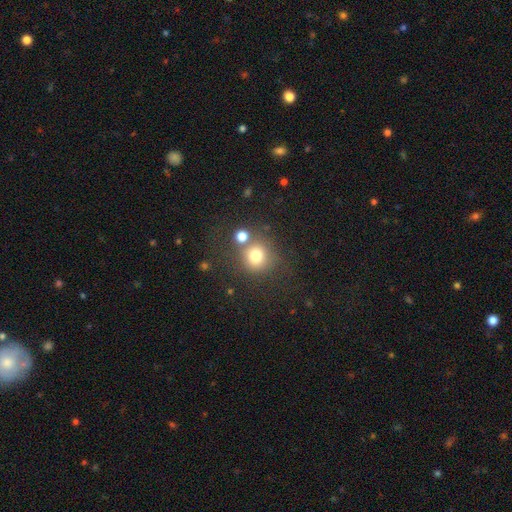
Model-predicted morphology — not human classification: Smooth or featured: smooth — 76% (star or artifact — 15%)
How rounded: round — 89% (in between — 10%)
Merging: none — 63% (merger — 21%)